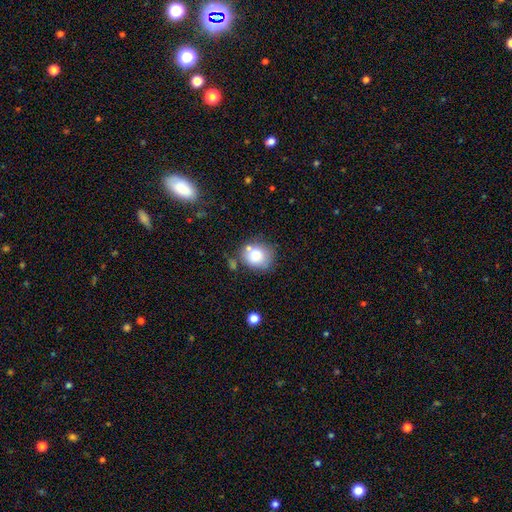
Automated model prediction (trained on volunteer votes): smooth_or_featured: smooth (p=0.80) [alt: featured or disk p=0.10]
how_rounded: round (p=0.77) [alt: in between p=0.22]
merging: none (p=0.60) [alt: minor disturbance p=0.19]